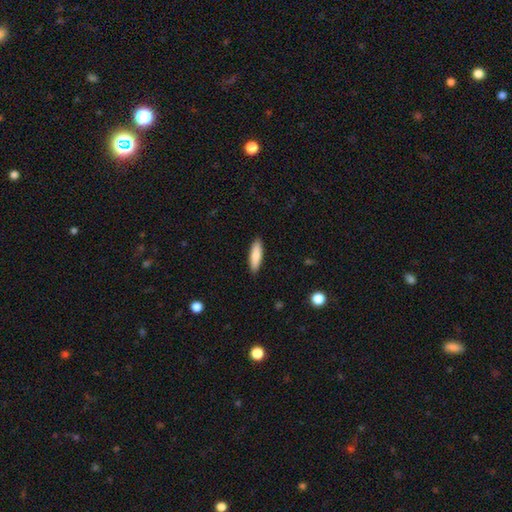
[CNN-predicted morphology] Smooth or featured? Predicted: smooth (p=0.83). How rounded? Predicted: cigar-shaped (p=0.60). Merging? Predicted: none (p=0.89).